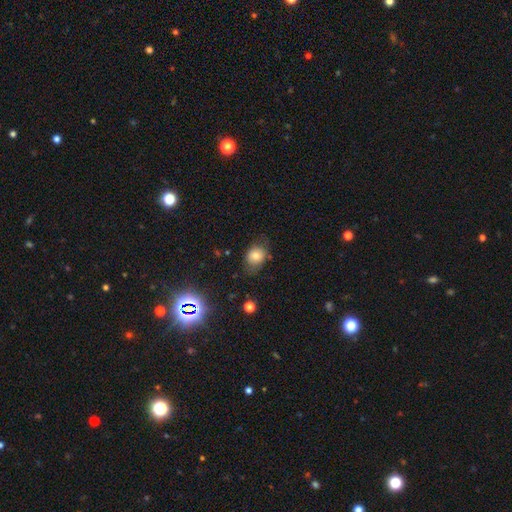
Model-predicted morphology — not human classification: Smooth or featured?
  - smooth: 72% *
  - featured or disk: 14%
  - star or artifact: 14%
How rounded?
  - round: 54% *
  - in between: 45%
  - cigar-shaped: 1%
Merging?
  - none: 65% *
  - minor disturbance: 24%
  - major disturbance: 9%
  - merger: 2%